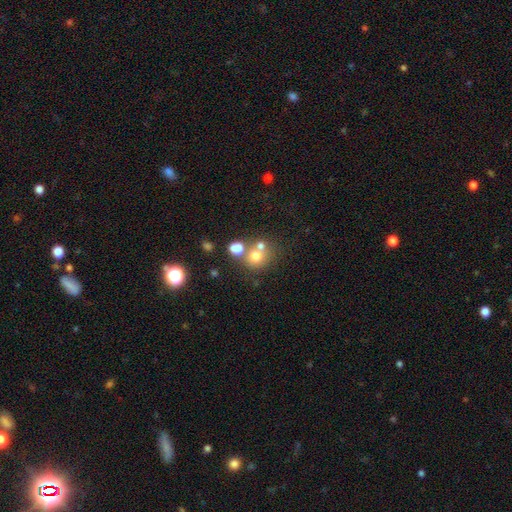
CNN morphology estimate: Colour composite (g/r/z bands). It shows a smooth galaxy with no disk features (67%) that is round (81%). Merging: none (49%).